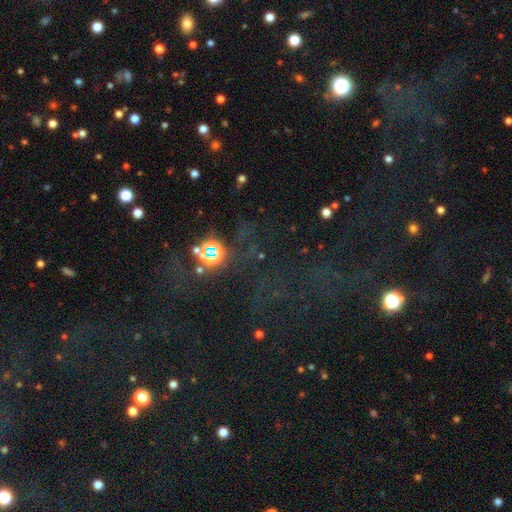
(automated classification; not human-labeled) Overall: star or artifact (70%).